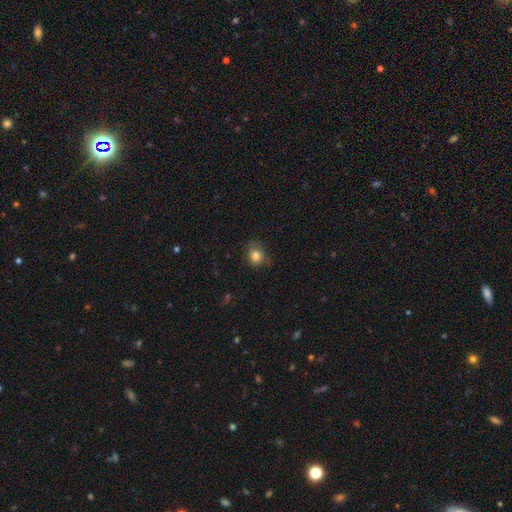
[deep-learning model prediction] A smooth galaxy with no disk features (82%) that is round (69%). Merging: none (65%).